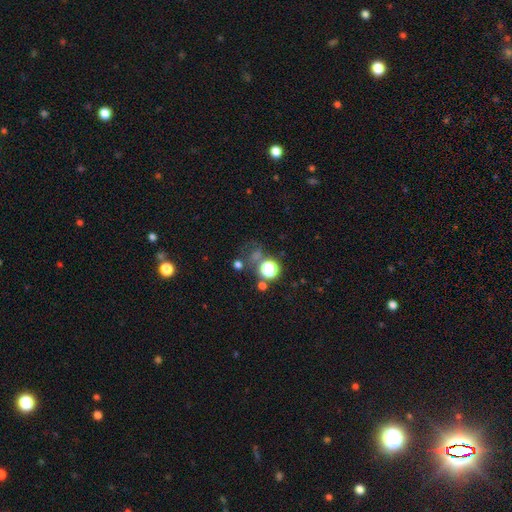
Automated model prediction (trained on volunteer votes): star or artifact 55%, smooth 33%, featured or disk 12%.